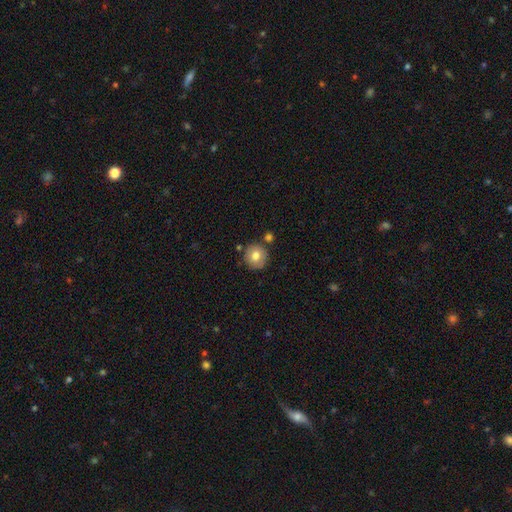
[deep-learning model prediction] Q: Smooth or featured?
A: smooth (75%); runner-up: featured or disk (16%)
Q: How rounded?
A: round (92%); runner-up: in between (7%)
Q: Merging?
A: none (81%); runner-up: minor disturbance (10%)